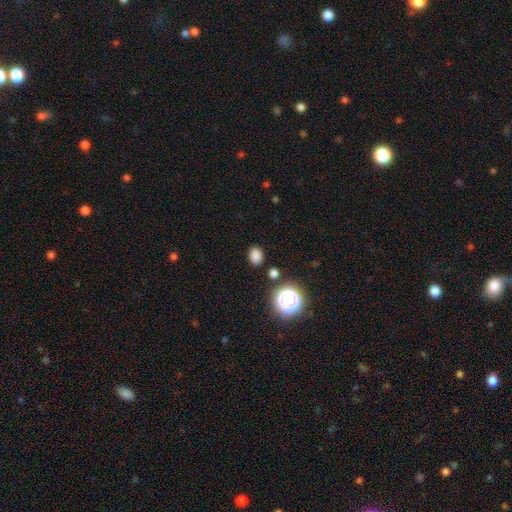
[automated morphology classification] Smooth or featured? smooth (81%)
How rounded? in between (57%)
Merging? none (85%)